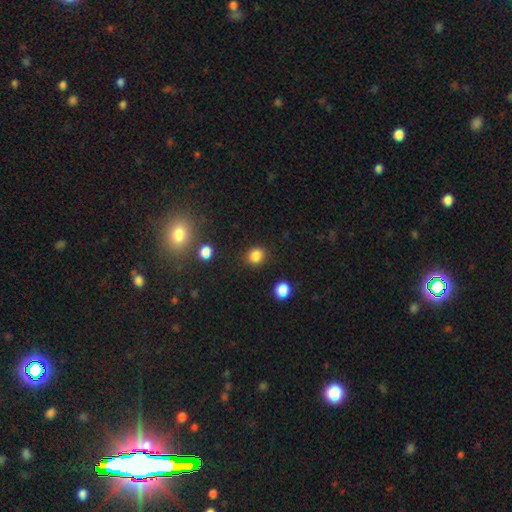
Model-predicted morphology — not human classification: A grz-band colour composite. It shows a smooth galaxy with no disk features (85%) that is round (80%). Merging: none (88%).